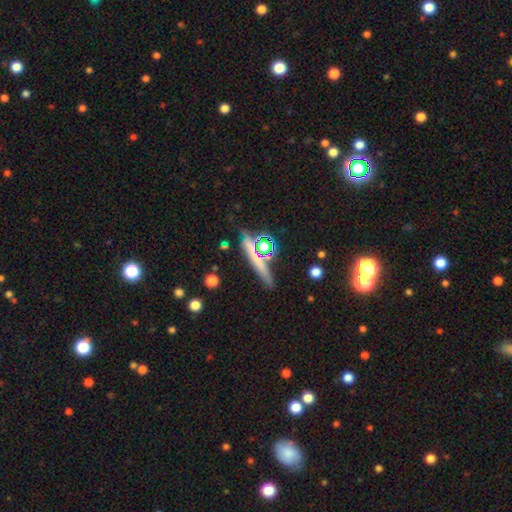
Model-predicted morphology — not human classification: Smooth or featured? Predicted: smooth (p=0.44). Merging? Predicted: none (p=0.78).